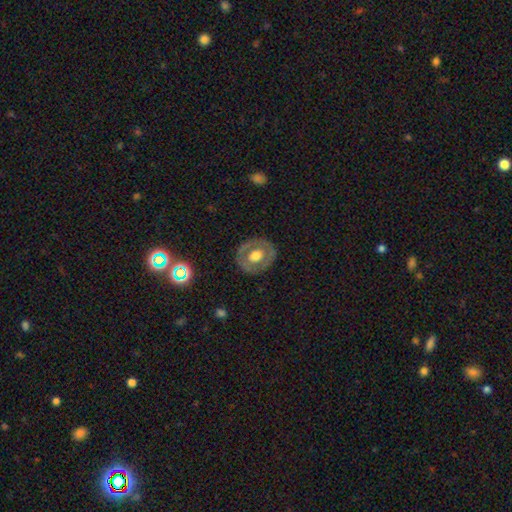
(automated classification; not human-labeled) Q: Smooth or featured?
A: featured or disk (51%); runner-up: smooth (43%)
Q: Edge-on disk?
A: no (94%); runner-up: yes (6%)
Q: Merging?
A: none (82%); runner-up: minor disturbance (12%)